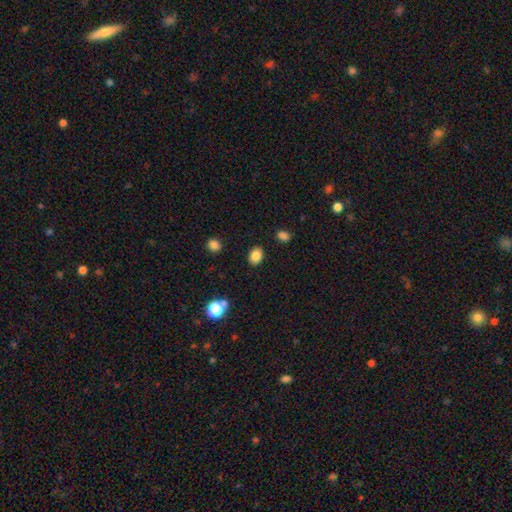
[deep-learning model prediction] The model was most divided on "how rounded": in between: 70%, round: 29%, cigar-shaped: 1%. More confident: merging — none (86%); smooth or featured — smooth (84%).